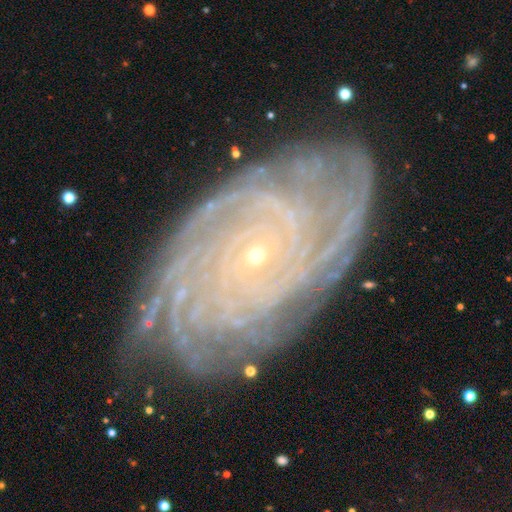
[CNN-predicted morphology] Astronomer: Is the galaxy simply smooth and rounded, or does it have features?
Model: featured or disk — 89%.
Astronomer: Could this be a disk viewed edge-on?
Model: no — 96%.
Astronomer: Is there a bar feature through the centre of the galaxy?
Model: no — 78%.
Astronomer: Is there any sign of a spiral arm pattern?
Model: yes — 98%.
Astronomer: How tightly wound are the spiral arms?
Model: tight — 84%.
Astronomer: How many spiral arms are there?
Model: more than 4 — 28% (runner-up: can't tell, 22%).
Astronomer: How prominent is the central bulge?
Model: small — 91%.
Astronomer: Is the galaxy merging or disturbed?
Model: none — 78%.